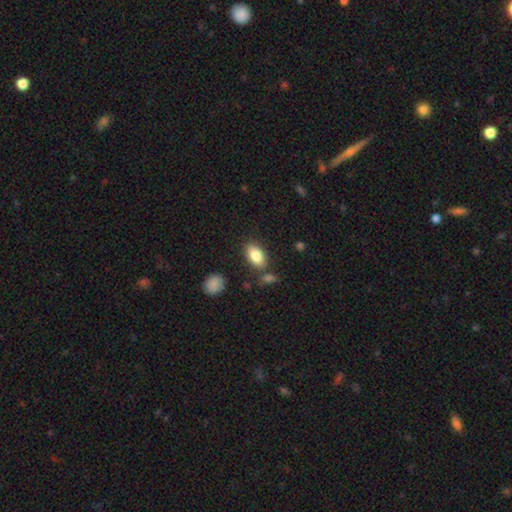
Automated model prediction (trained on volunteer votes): smooth 85%, featured or disk 8%, star or artifact 7%. Down the decision tree: how rounded — in between (91%); merging — none (78%).